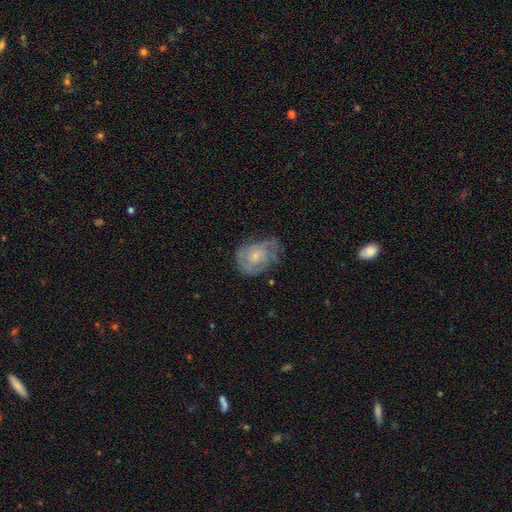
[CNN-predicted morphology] Smooth or featured? Predicted: featured or disk (p=0.59). Edge-on disk? Predicted: no (p=0.97). Bar? Predicted: no (p=0.77). Spiral arms? Predicted: yes (p=0.76). Bulge size? Predicted: small (p=0.66). Merging? Predicted: none (p=0.50).